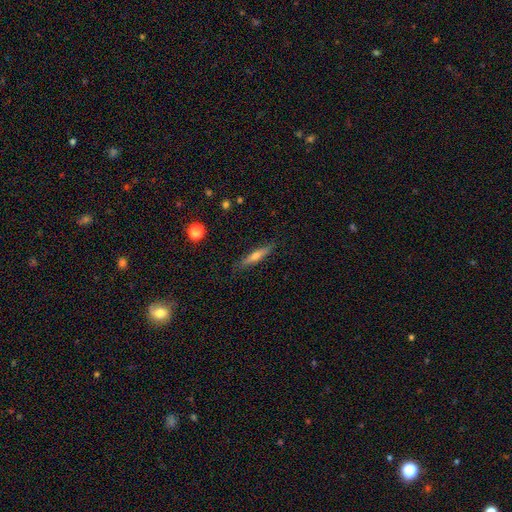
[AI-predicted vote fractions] This appears to be a featured or disk galaxy (54%) viewed edge-on (94%) with a rounded central bulge (81%). Merging: none (87%).